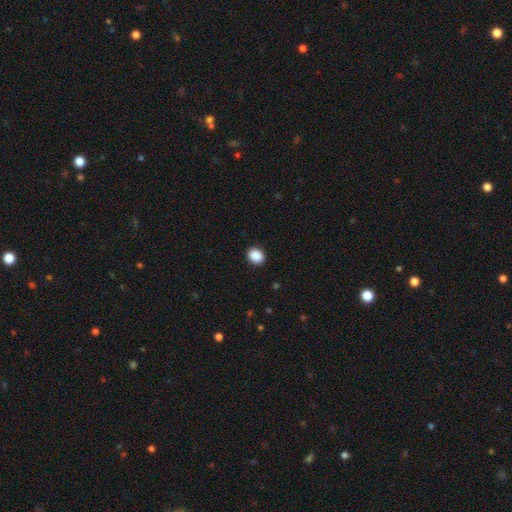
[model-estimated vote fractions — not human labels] Smooth or featured: smooth — 89% (star or artifact — 8%)
How rounded: round — 59% (in between — 40%)
Merging: none — 91% (minor disturbance — 6%)